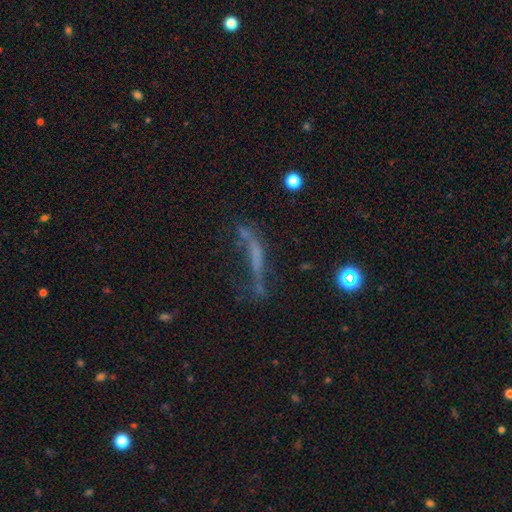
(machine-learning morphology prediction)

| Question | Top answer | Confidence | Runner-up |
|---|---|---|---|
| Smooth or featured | featured or disk | 45% | smooth (35%) |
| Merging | none | 37% | major disturbance (33%) |